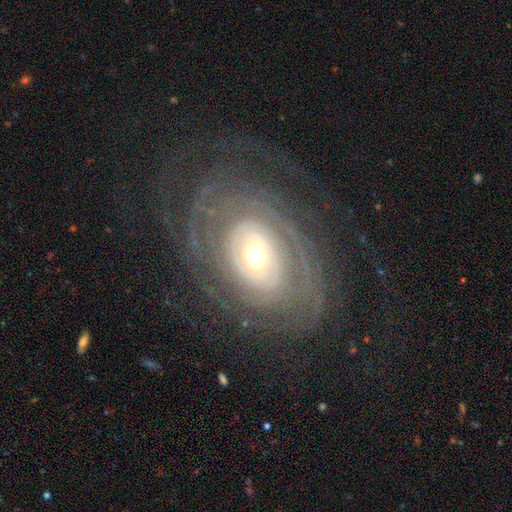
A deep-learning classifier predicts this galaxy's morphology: The model was most divided on "bulge size": moderate: 53%, small: 38%, large: 7%, dominant: 1%, none: 1%. Remaining: edge-on disk — no (95%); spiral arms — yes (90%); smooth or featured — featured or disk (85%); spiral winding — tight (76%); merging — none (70%); bar — no (70%); spiral arm count — can't tell (43%).